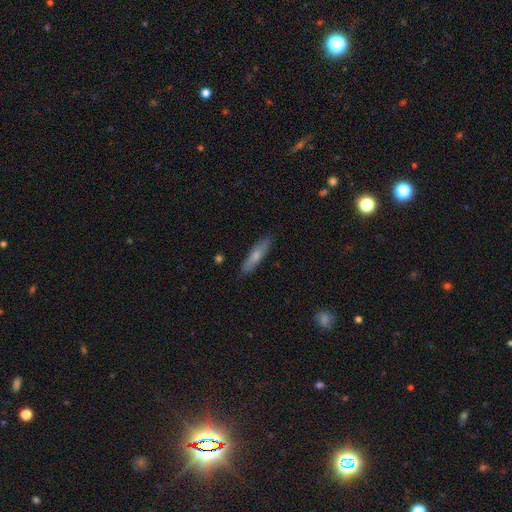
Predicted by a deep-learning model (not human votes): smooth-or-featured: smooth: 63% | featured or disk: 31% | star or artifact: 6%
  how-rounded: cigar-shaped: 81% | in between: 17% | round: 2%
  merging: none: 87% | minor disturbance: 10% | major disturbance: 2% | merger: 1%